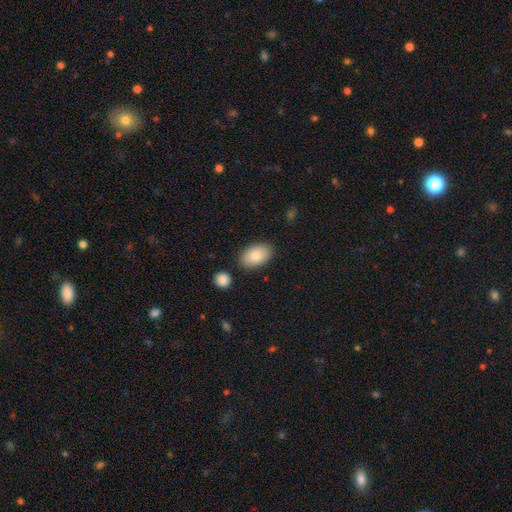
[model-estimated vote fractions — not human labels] This appears to be a smooth galaxy with no disk features (84%) that is in between round and cigar-shaped (93%). Merging: none (84%).